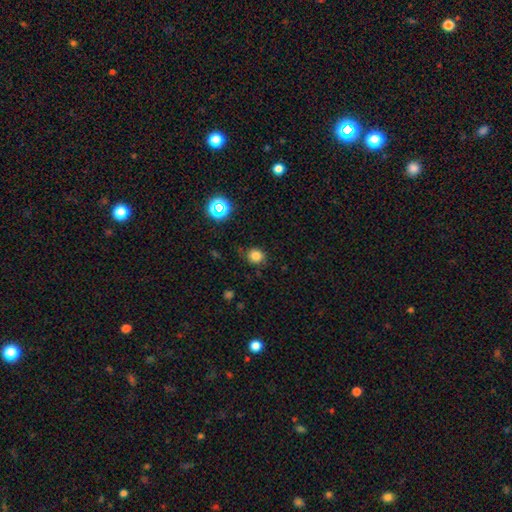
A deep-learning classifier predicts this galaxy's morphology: Q: Smooth or featured?
A: smooth (79%); runner-up: star or artifact (15%)
Q: How rounded?
A: round (78%); runner-up: in between (21%)
Q: Merging?
A: none (77%); runner-up: minor disturbance (17%)